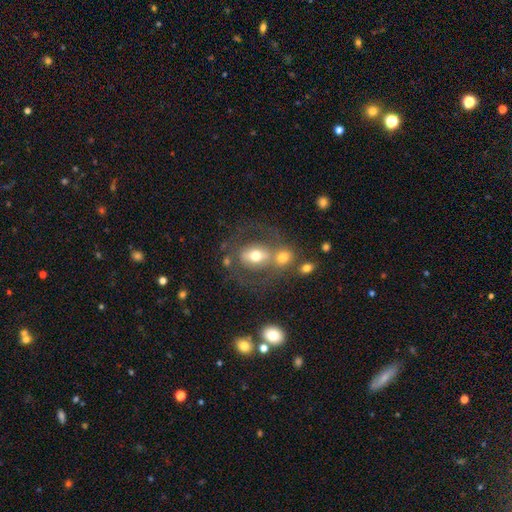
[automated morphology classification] A smooth galaxy with no disk features (48%). Merging: none (39%).